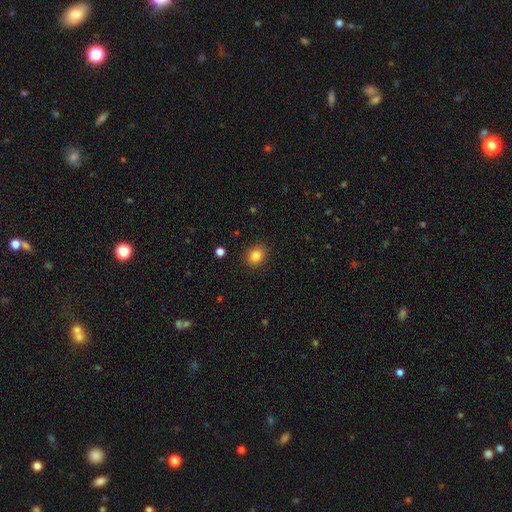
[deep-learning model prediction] A smooth galaxy with no disk features (84%) that is round (54%). Merging: none (88%).